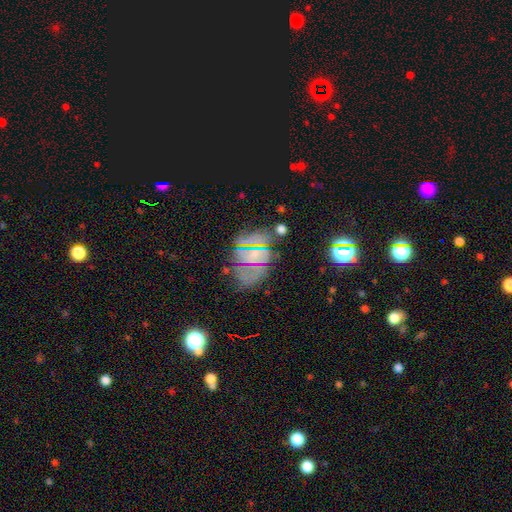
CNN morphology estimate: smooth-or-featured: featured or disk: 39% | star or artifact: 38% | smooth: 23%
  merging: none: 56% | minor disturbance: 19% | major disturbance: 16% | merger: 9%